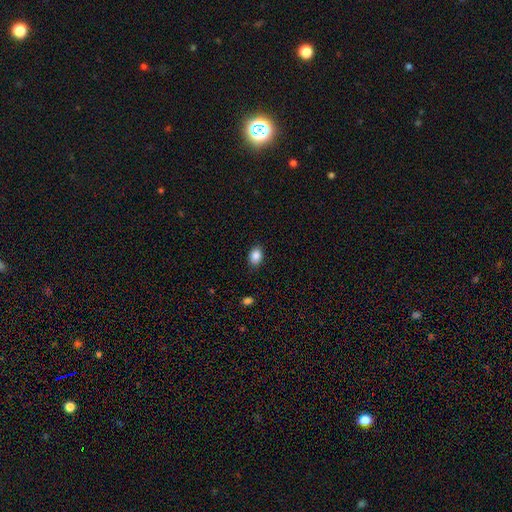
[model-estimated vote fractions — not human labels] Q: Smooth or featured?
A: smooth (87%); runner-up: star or artifact (9%)
Q: How rounded?
A: in between (73%); runner-up: round (26%)
Q: Merging?
A: none (86%); runner-up: minor disturbance (11%)